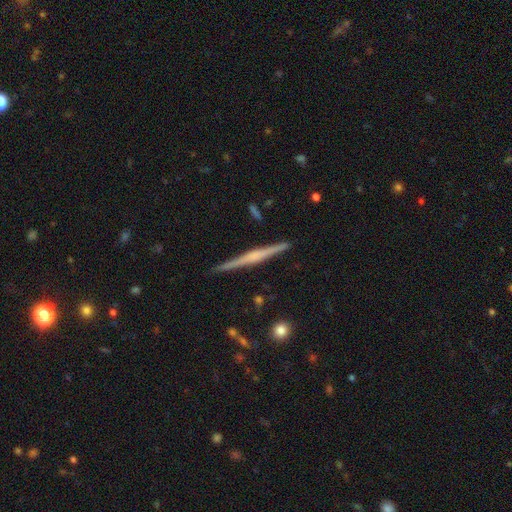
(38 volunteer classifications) Overall: featured or disk (92%). Edge-on disk: yes (97%). Edge-on bulge: rounded (74%). Merging: none (82%).